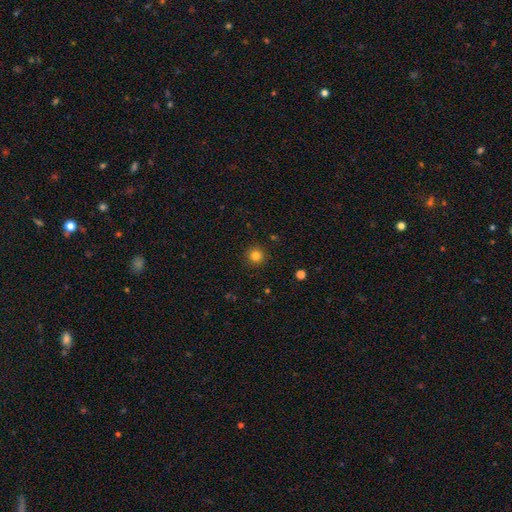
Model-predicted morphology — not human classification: type=smooth (82%); roundness=round (95%); merging=none (91%).